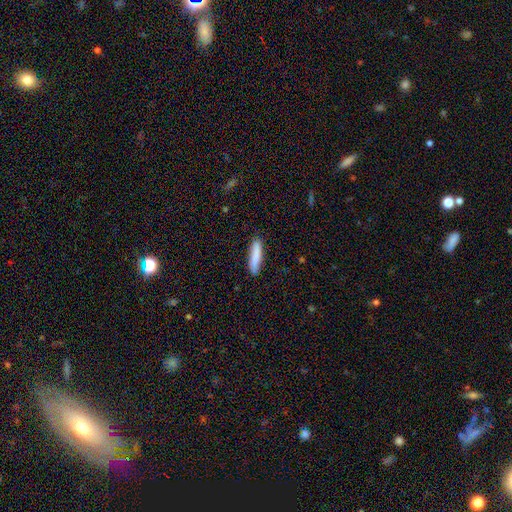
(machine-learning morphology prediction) smooth-or-featured: smooth: 84% | featured or disk: 10% | star or artifact: 6%
  how-rounded: cigar-shaped: 84% | in between: 15% | round: 1%
  merging: none: 85% | minor disturbance: 11% | major disturbance: 2% | merger: 1%